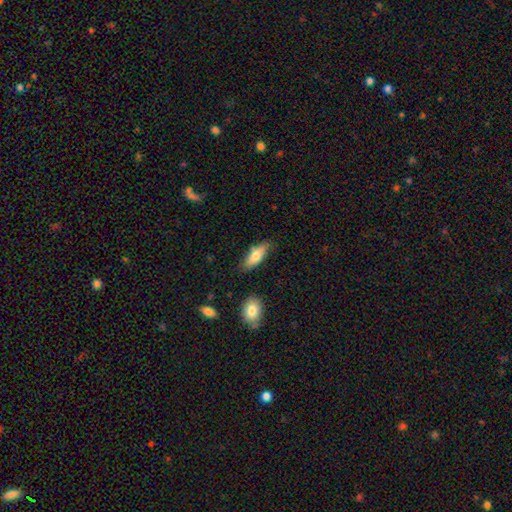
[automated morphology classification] Smooth or featured?
  - smooth: 74% *
  - featured or disk: 20%
  - star or artifact: 6%
How rounded?
  - in between: 71% *
  - cigar-shaped: 27%
  - round: 2%
Merging?
  - none: 78% *
  - minor disturbance: 16%
  - merger: 4%
  - major disturbance: 3%